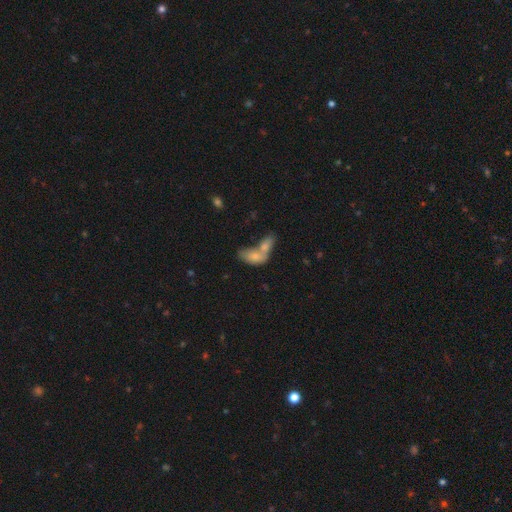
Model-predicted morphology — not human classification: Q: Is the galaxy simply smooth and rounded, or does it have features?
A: smooth — 75%.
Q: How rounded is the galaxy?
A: in between — 88%.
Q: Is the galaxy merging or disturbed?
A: merger — 72%.